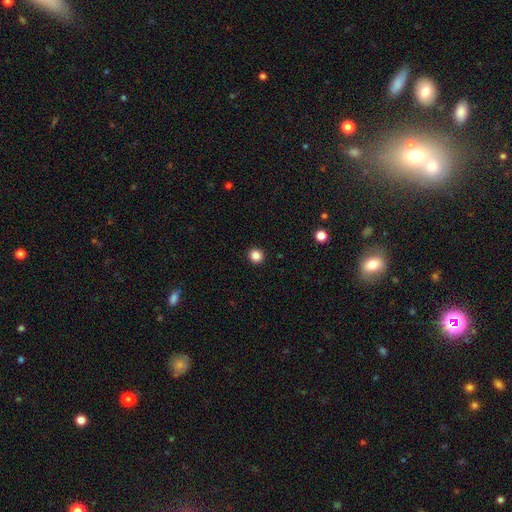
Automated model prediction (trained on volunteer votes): smooth 85%, star or artifact 11%, featured or disk 3%. Down the decision tree: how rounded — round (92%); merging — none (93%).